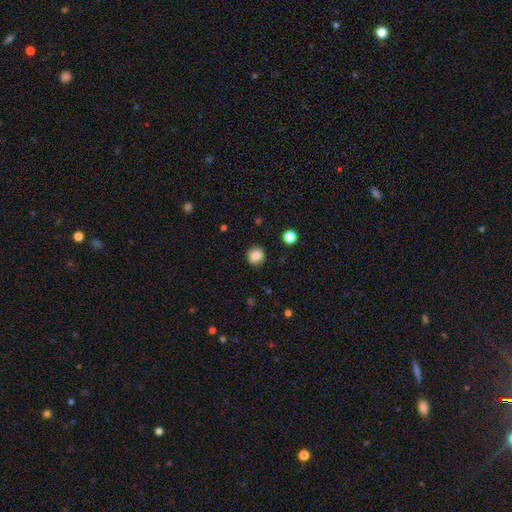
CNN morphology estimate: A smooth galaxy with no disk features (84%) that is round (84%). Merging: none (88%).